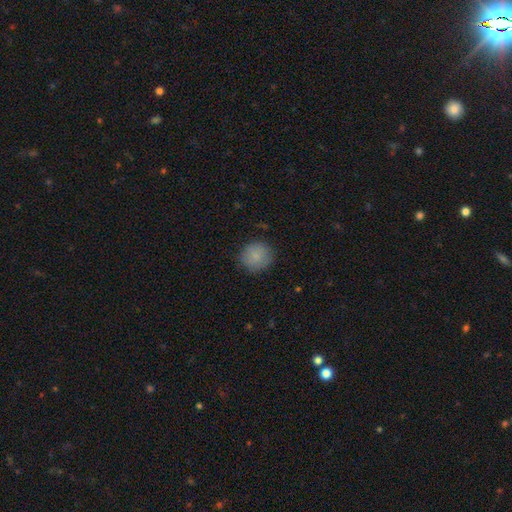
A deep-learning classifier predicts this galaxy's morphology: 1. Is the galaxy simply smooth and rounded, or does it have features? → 85% smooth, 8% star or artifact, 6% featured or disk.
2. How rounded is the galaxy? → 91% round, 8% in between, 1% cigar-shaped.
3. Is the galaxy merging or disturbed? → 85% none, 12% minor disturbance, 3% major disturbance, 1% merger.